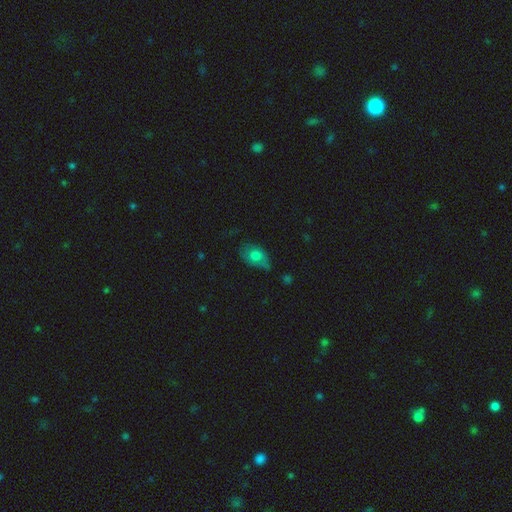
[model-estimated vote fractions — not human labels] Morphology: type=smooth (69%); roundness=in between (83%); merging=none (45%).